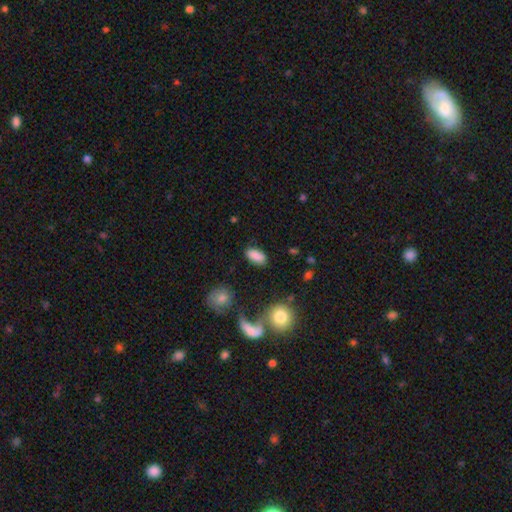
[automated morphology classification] Smooth or featured? smooth (85%)
How rounded? in between (91%)
Merging? none (82%)